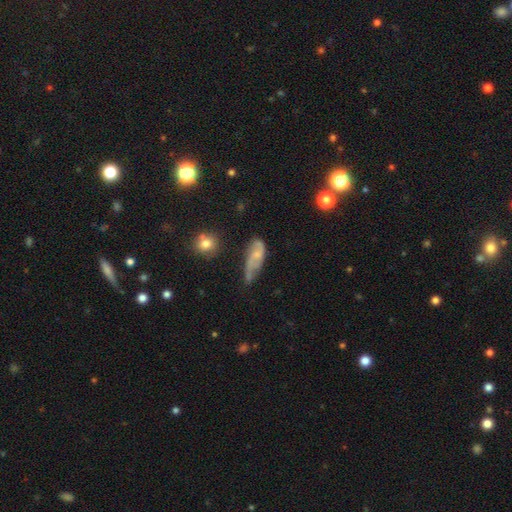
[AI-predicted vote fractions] Morphology: type=featured or disk (50%); edge-on=no (88%); merging=minor disturbance (37%).